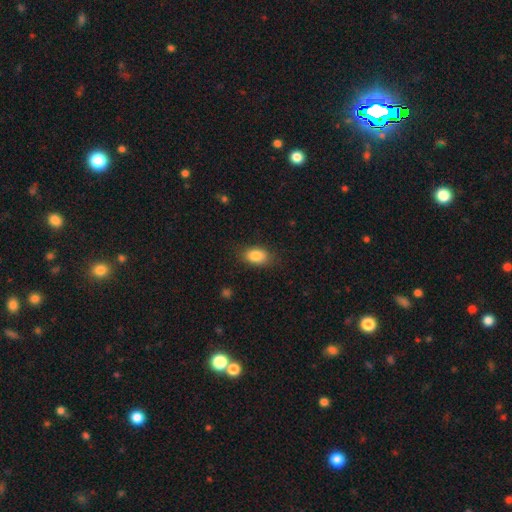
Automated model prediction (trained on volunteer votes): This appears to be a smooth galaxy with no disk features (85%) that is in between round and cigar-shaped (85%). Merging: none (81%).